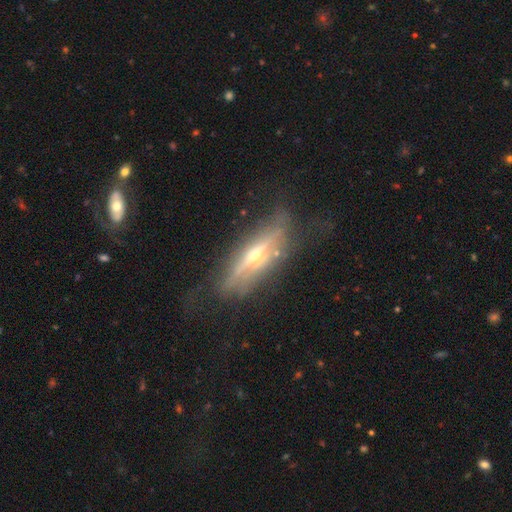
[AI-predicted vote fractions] smooth_or_featured: featured or disk (p=0.75) [alt: smooth p=0.18]
disk_edge_on: yes (p=0.81) [alt: no p=0.19]
edge_on_bulge: rounded (p=0.86) [alt: none p=0.09]
merging: none (p=0.64) [alt: minor disturbance p=0.22]